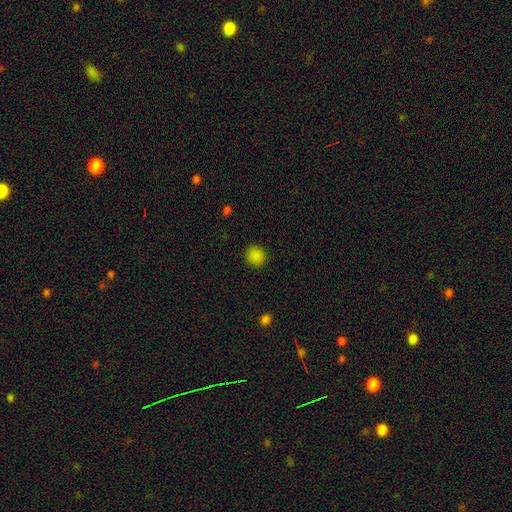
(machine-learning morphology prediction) Smooth or featured? smooth (86%)
How rounded? round (89%)
Merging? none (90%)